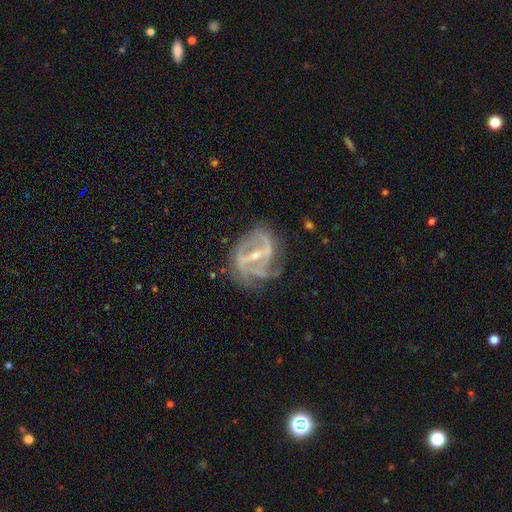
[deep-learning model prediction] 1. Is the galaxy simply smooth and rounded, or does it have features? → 88% featured or disk, 6% star or artifact, 6% smooth.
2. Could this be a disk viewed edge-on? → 96% no, 4% yes.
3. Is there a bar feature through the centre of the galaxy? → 63% strong, 27% weak, 10% no.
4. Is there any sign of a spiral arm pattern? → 87% yes, 13% no.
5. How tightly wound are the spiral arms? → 44% medium, 32% tight, 25% loose.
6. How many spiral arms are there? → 52% 2, 20% can't tell, 14% 3, 7% 1, 4% 4, 3% more than 4.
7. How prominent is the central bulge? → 57% small, 39% moderate, 1% none, 1% large, 1% dominant.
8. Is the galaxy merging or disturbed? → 54% none, 25% minor disturbance, 19% major disturbance, 2% merger.